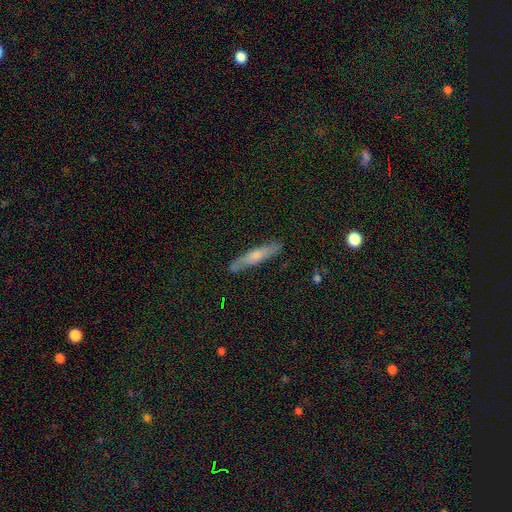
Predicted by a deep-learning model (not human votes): Smooth or featured: smooth — 49% (featured or disk — 42%)
Merging: none — 83% (minor disturbance — 12%)